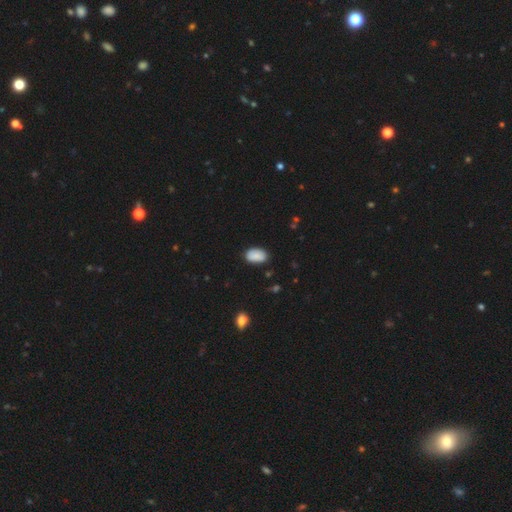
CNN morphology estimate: Smooth or featured?
  - smooth: 89% *
  - star or artifact: 7%
  - featured or disk: 5%
How rounded?
  - in between: 93% *
  - round: 5%
  - cigar-shaped: 1%
Merging?
  - none: 82% *
  - minor disturbance: 14%
  - major disturbance: 3%
  - merger: 2%